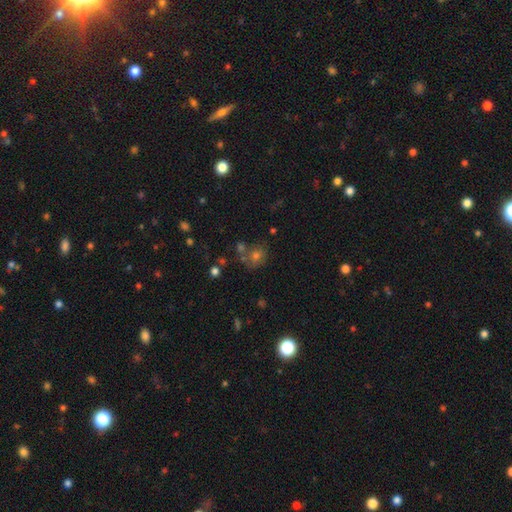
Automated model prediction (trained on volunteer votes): Smooth or featured? Predicted: smooth (p=0.54). How rounded? Predicted: round (p=0.74). Merging? Predicted: none (p=0.59).